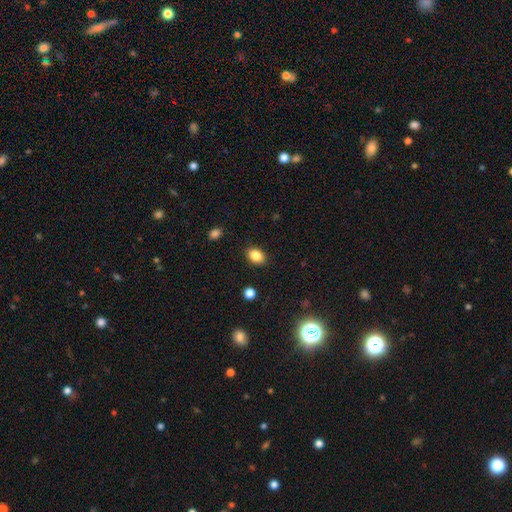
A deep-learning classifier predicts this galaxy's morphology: smooth 85%, star or artifact 10%, featured or disk 5%. Down the decision tree: how rounded — in between (69%); merging — none (88%).